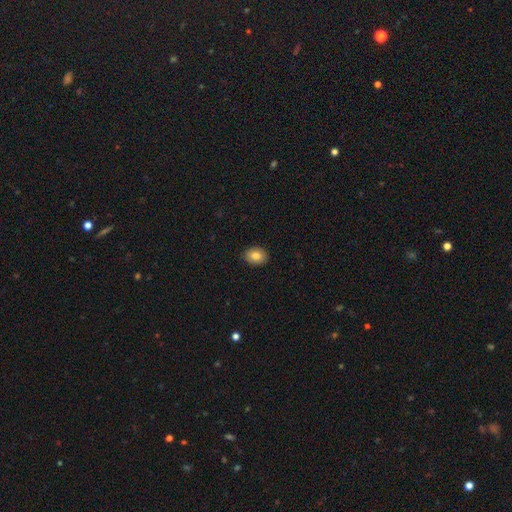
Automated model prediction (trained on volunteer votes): This appears to be a smooth galaxy with no disk features (82%) that is in between round and cigar-shaped (64%). Merging: none (89%).